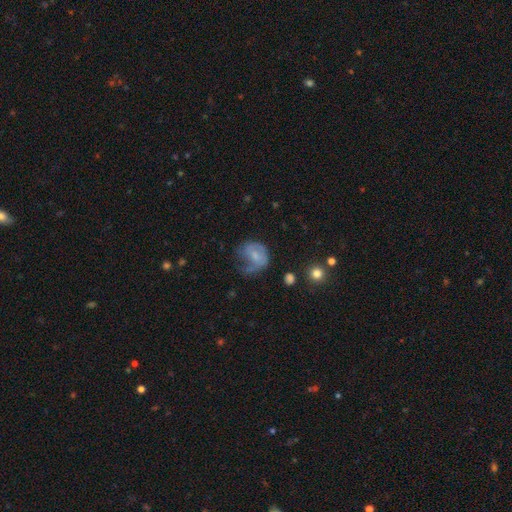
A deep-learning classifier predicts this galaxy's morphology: A smooth galaxy with no disk features (48%).

Vote fractions:
- Smooth or featured? smooth: 48% / featured or disk: 42% / star or artifact: 10%
- Merging? major disturbance: 41% / none: 29% / minor disturbance: 27% / merger: 3%